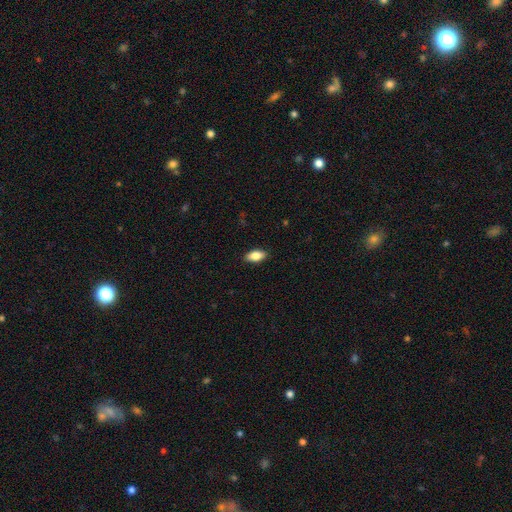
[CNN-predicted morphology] Overall: smooth (82%). How rounded: in between (90%). Merging: none (89%).